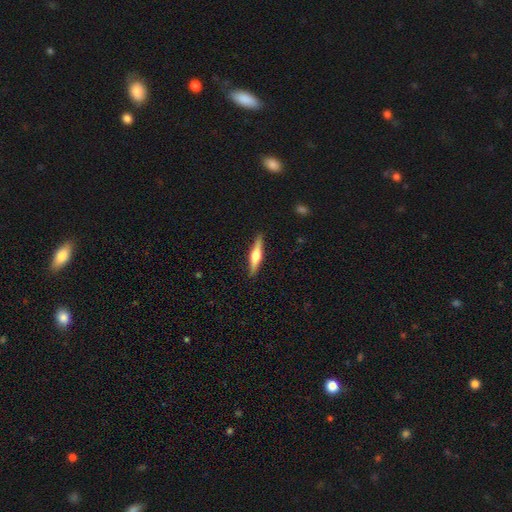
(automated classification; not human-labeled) The model was most divided on "smooth or featured": featured or disk: 62%, smooth: 33%, star or artifact: 5%. More confident: edge-on disk — yes (97%); edge-on bulge — rounded (92%); merging — none (91%).